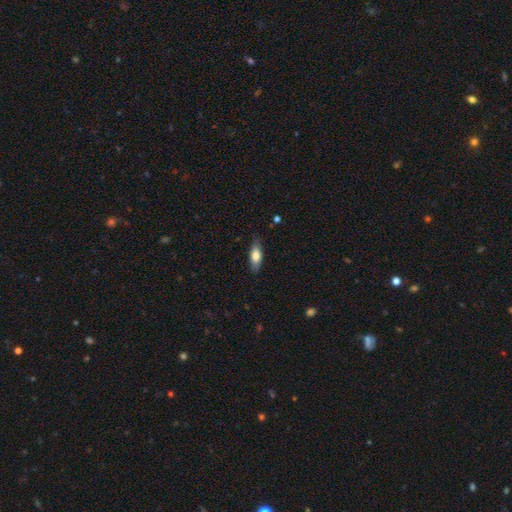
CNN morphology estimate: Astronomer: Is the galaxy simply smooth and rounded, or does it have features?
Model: smooth — 74%.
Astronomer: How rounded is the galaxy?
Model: in between — 73%.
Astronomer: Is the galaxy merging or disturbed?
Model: none — 82%.